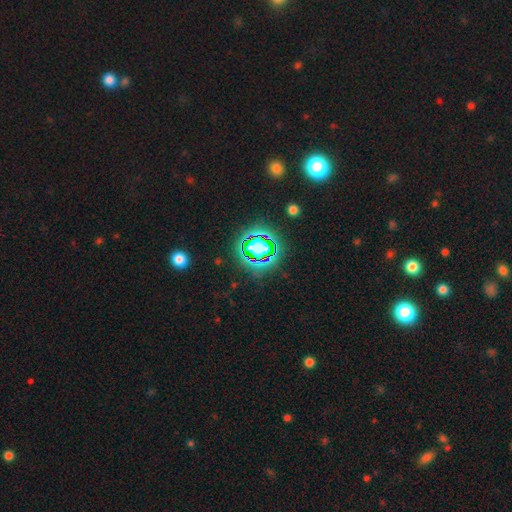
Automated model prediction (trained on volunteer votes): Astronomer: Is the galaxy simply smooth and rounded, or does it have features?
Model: star or artifact — 80%.